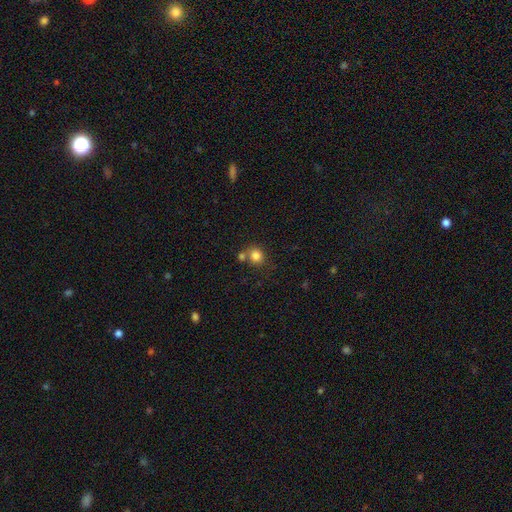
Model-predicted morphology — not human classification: A smooth galaxy with no disk features (83%) that is round (82%).

Vote fractions:
- Smooth or featured? smooth: 83% / star or artifact: 11% / featured or disk: 6%
- How rounded? round: 82% / in between: 17% / cigar-shaped: 1%
- Merging? none: 65% / merger: 21% / minor disturbance: 10% / major disturbance: 4%